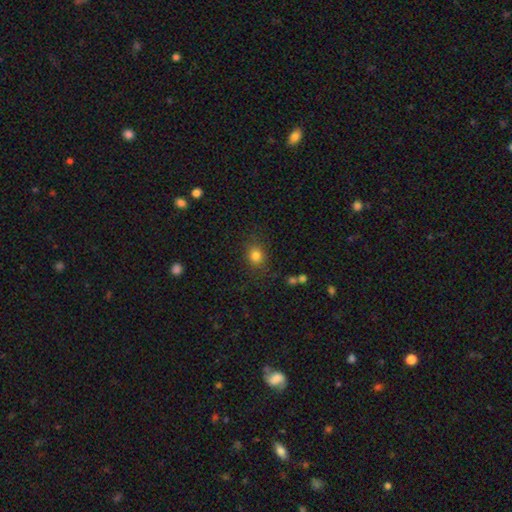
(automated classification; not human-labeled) smooth 81%, star or artifact 12%, featured or disk 6%. Down the decision tree: how rounded — round (68%); merging — none (82%).